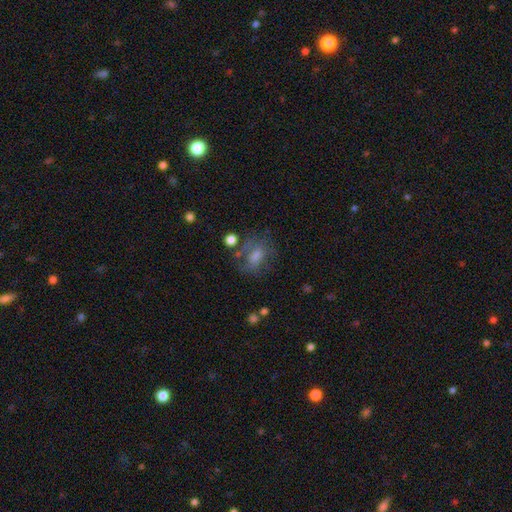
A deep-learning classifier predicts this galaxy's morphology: This is possibly a smooth galaxy (46%). Merging: possibly none (57%).